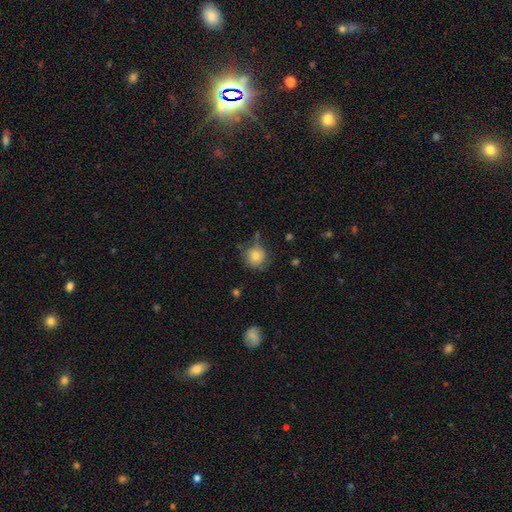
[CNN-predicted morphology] Smooth or featured?
  - smooth: 78% *
  - featured or disk: 12%
  - star or artifact: 10%
How rounded?
  - round: 90% *
  - in between: 9%
  - cigar-shaped: 1%
Merging?
  - none: 67% *
  - minor disturbance: 22%
  - major disturbance: 7%
  - merger: 4%